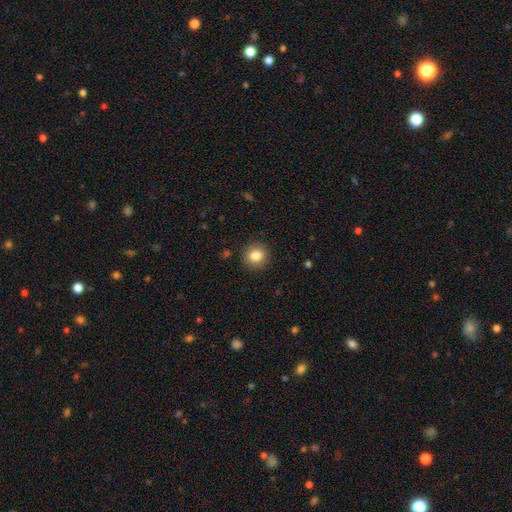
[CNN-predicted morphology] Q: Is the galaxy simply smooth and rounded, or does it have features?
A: smooth — 83%.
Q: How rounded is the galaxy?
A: round — 87%.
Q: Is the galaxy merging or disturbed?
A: none — 90%.